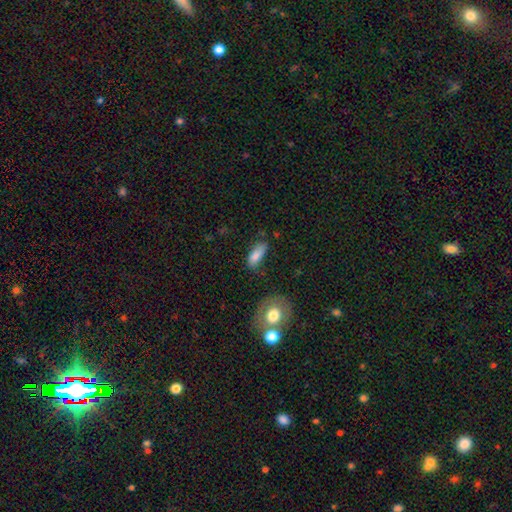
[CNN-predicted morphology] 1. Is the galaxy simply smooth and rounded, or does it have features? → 77% smooth, 14% featured or disk, 9% star or artifact.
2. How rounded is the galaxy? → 78% in between, 18% cigar-shaped, 4% round.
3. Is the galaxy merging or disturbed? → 54% none, 28% minor disturbance, 11% major disturbance, 7% merger.